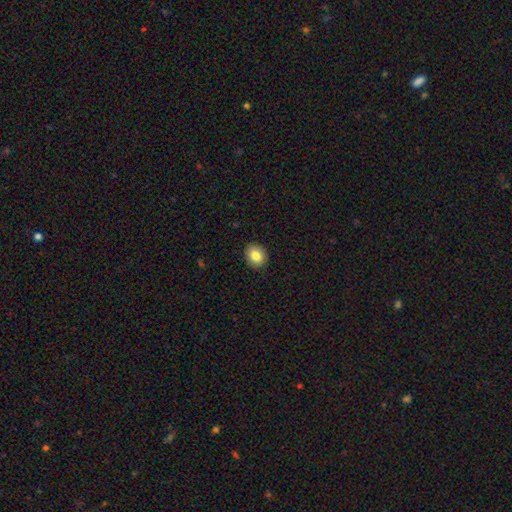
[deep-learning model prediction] Smooth or featured? Predicted: smooth (p=0.83). How rounded? Predicted: round (p=0.63). Merging? Predicted: none (p=0.91).